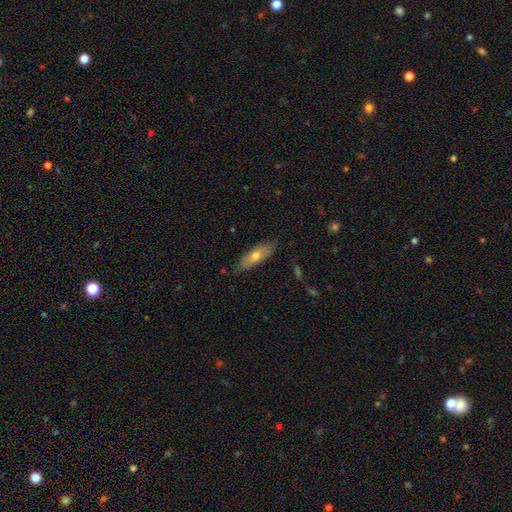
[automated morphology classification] smooth_or_featured: smooth (p=0.62) [alt: featured or disk p=0.31]
how_rounded: in between (p=0.57) [alt: cigar-shaped p=0.40]
merging: none (p=0.80) [alt: minor disturbance p=0.16]